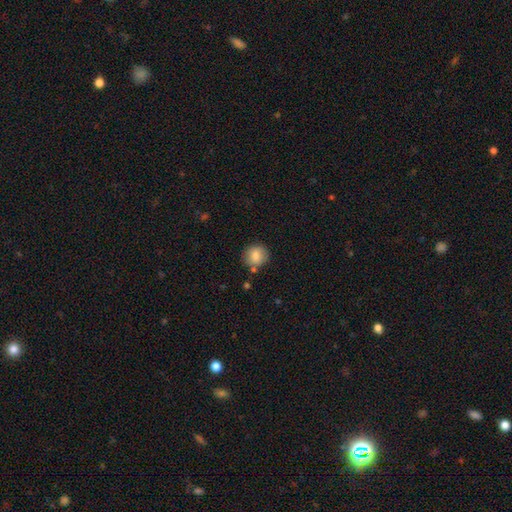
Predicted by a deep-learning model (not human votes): Smooth or featured?
  - smooth: 81% *
  - featured or disk: 10%
  - star or artifact: 9%
How rounded?
  - round: 87% *
  - in between: 12%
  - cigar-shaped: 1%
Merging?
  - none: 80% *
  - minor disturbance: 12%
  - merger: 6%
  - major disturbance: 3%